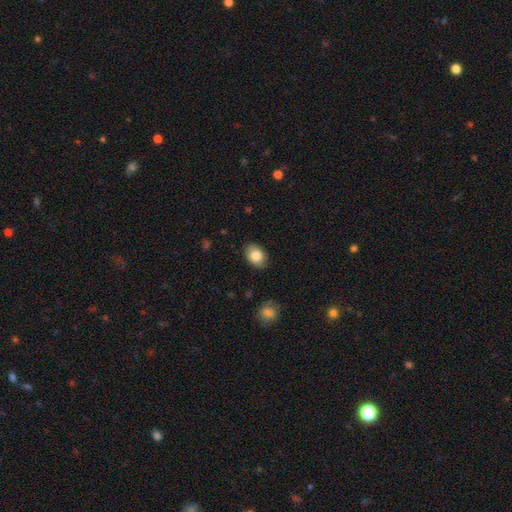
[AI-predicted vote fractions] Smooth or featured: smooth — 84% (featured or disk — 8%)
How rounded: in between — 78% (round — 21%)
Merging: none — 87% (minor disturbance — 10%)